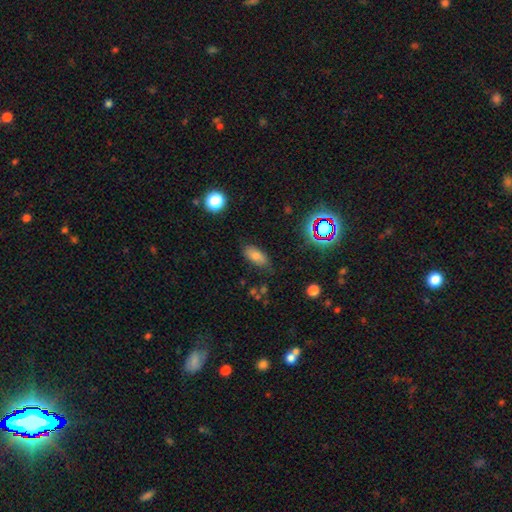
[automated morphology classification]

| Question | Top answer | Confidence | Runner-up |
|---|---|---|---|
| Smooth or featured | smooth | 75% | featured or disk (12%) |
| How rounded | in between | 88% | cigar-shaped (8%) |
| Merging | none | 77% | minor disturbance (16%) |